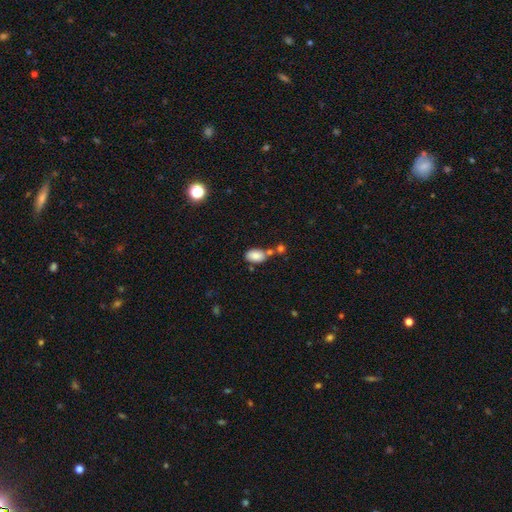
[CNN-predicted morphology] The model was most divided on "merging": none: 57%, merger: 21%, minor disturbance: 17%, major disturbance: 5%. More confident: how rounded — in between (91%); smooth or featured — smooth (85%).